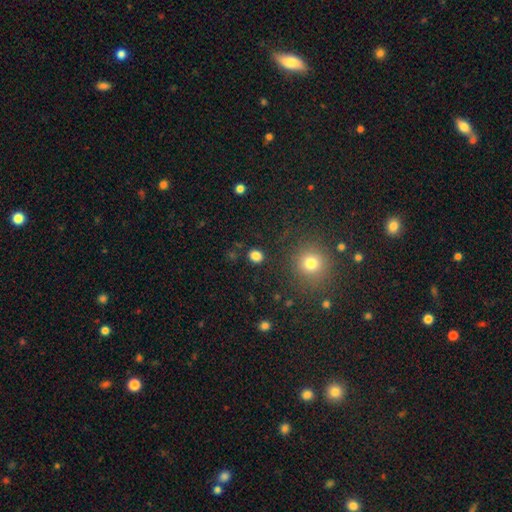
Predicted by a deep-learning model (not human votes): Smooth or featured?
  - smooth: 82% *
  - star or artifact: 14%
  - featured or disk: 4%
How rounded?
  - round: 76% *
  - in between: 23%
  - cigar-shaped: 1%
Merging?
  - none: 88% *
  - minor disturbance: 7%
  - major disturbance: 3%
  - merger: 2%